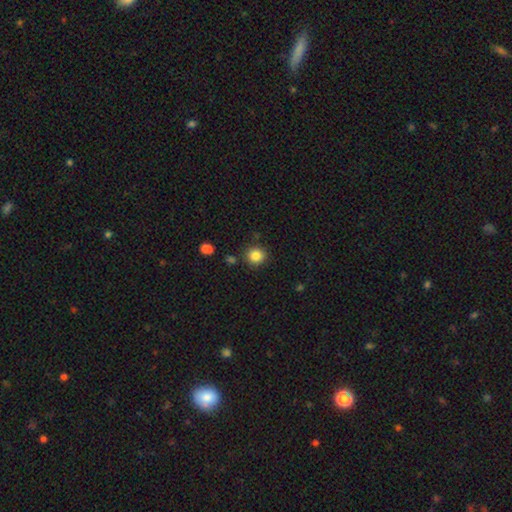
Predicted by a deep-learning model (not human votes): smooth 84%, star or artifact 11%, featured or disk 5%. Down the decision tree: how rounded — round (90%); merging — none (87%).